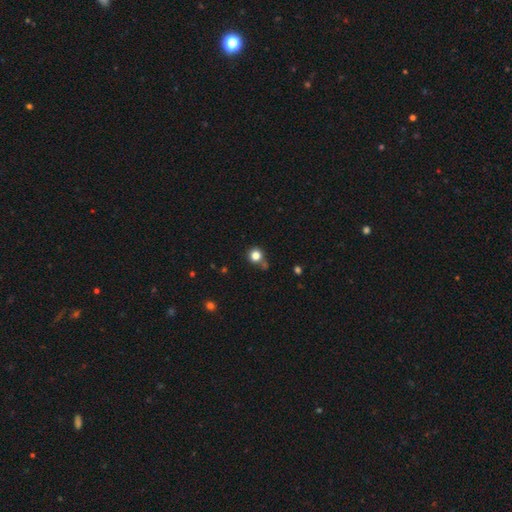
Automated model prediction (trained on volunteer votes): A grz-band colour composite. It shows a smooth galaxy with no disk features (82%) that is round (92%). Merging: none (72%).